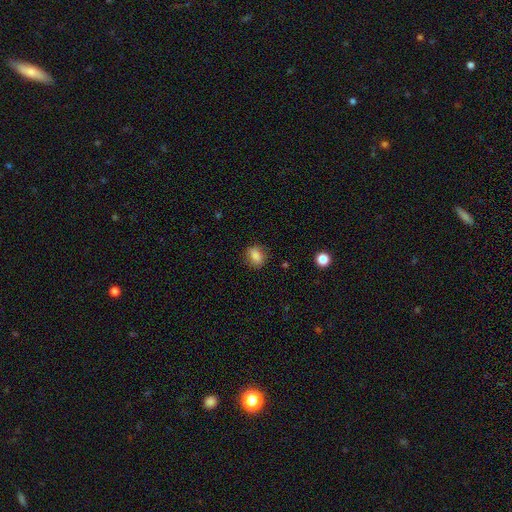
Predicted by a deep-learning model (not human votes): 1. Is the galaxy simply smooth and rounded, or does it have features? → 84% smooth, 9% star or artifact, 6% featured or disk.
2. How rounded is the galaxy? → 62% in between, 36% round, 2% cigar-shaped.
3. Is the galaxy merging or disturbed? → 80% none, 15% minor disturbance, 4% major disturbance, 1% merger.